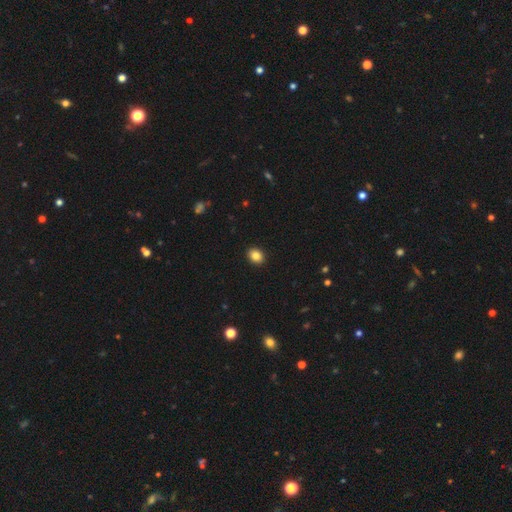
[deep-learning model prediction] smooth-or-featured: smooth: 86% | star or artifact: 9% | featured or disk: 5%
  how-rounded: in between: 55% | round: 44% | cigar-shaped: 1%
  merging: none: 92% | minor disturbance: 6% | major disturbance: 2% | merger: 1%